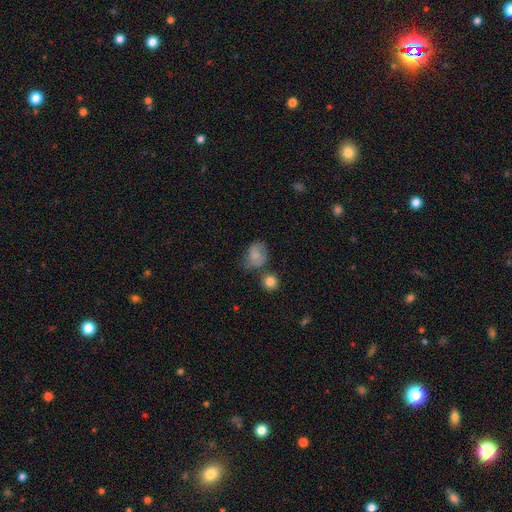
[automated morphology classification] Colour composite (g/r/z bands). It shows a smooth galaxy with no disk features (70%) that is in between round and cigar-shaped (53%). Merging: none (48%).